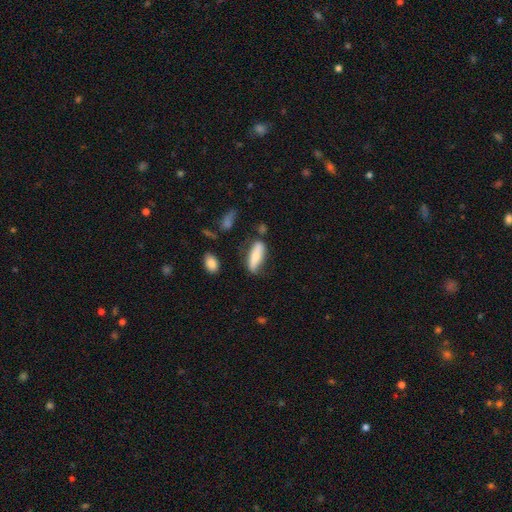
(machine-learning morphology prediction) A smooth galaxy with no disk features (68%) that is in between round and cigar-shaped (51%). Merging: none (58%).